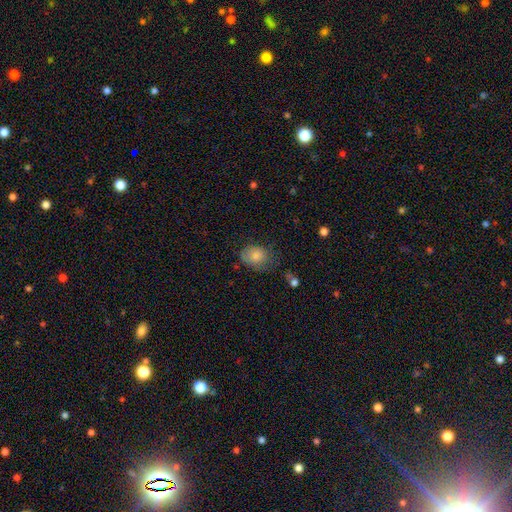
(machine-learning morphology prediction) This appears to be a smooth galaxy with no disk features (76%) that is in between round and cigar-shaped (59%). Merging: none (51%).